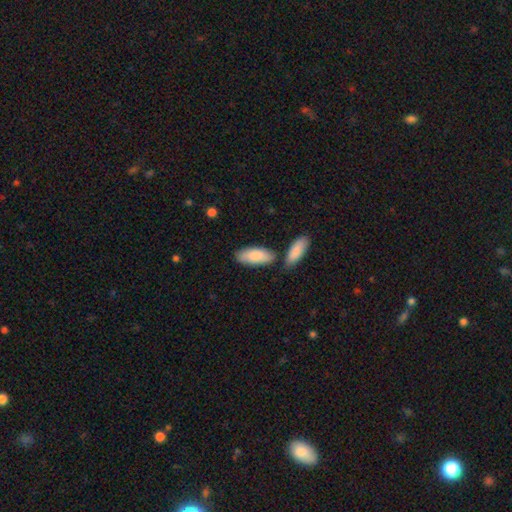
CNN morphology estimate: smooth-or-featured: smooth: 86% | featured or disk: 9% | star or artifact: 5%
  how-rounded: in between: 81% | cigar-shaped: 17% | round: 2%
  merging: none: 66% | merger: 16% | minor disturbance: 15% | major disturbance: 3%